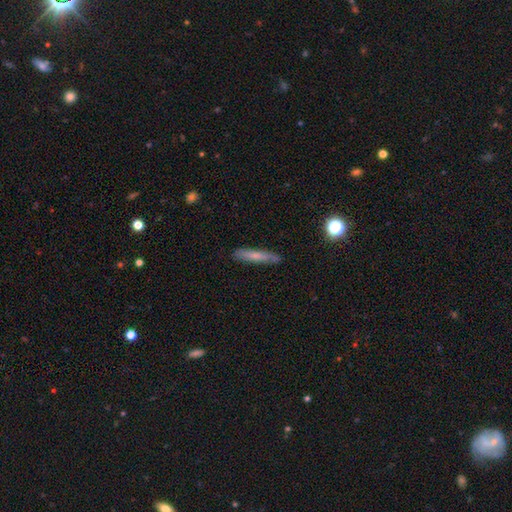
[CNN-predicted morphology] smooth_or_featured: smooth (p=0.60) [alt: featured or disk p=0.32]
how_rounded: cigar-shaped (p=0.90) [alt: in between p=0.08]
merging: none (p=0.81) [alt: minor disturbance p=0.14]